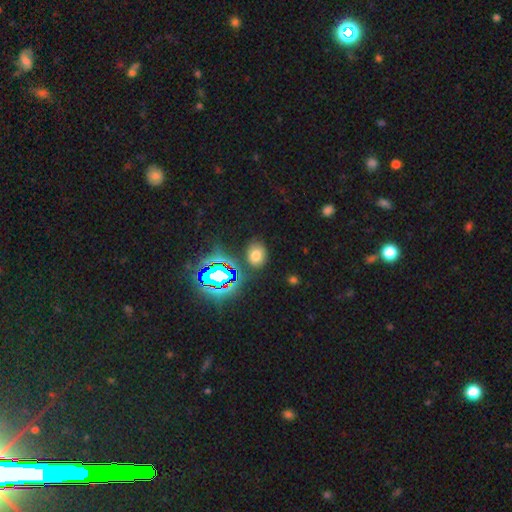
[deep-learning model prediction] A smooth galaxy with no disk features (64%) that is in between round and cigar-shaped (59%). Merging: none (80%).